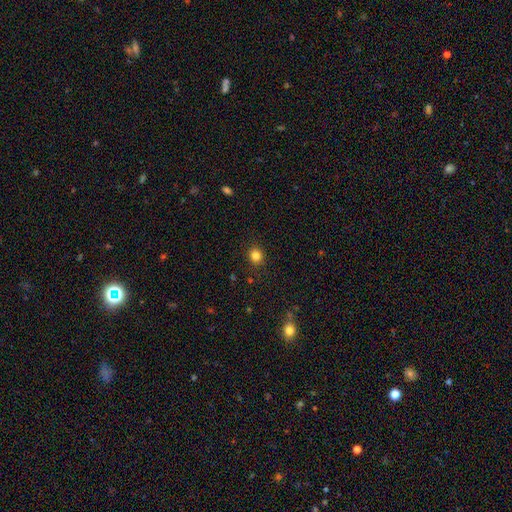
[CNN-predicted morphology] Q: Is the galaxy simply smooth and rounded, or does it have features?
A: smooth — 83%.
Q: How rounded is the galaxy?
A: round — 83%.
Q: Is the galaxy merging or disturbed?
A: none — 89%.